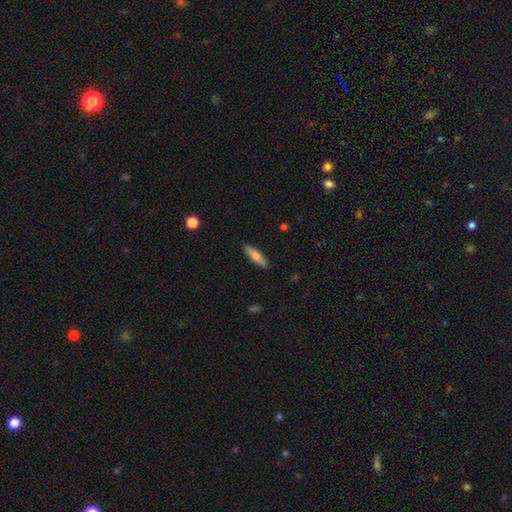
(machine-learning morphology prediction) smooth 71%, featured or disk 23%, star or artifact 6%. Down the decision tree: how rounded — cigar-shaped (64%); merging — none (90%).